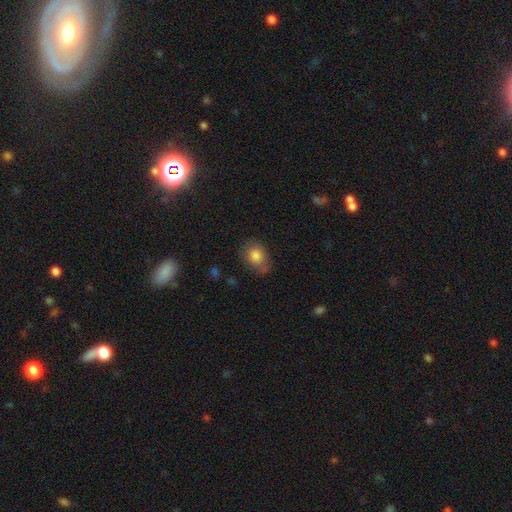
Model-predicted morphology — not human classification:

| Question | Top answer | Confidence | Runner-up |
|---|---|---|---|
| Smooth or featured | smooth | 80% | featured or disk (11%) |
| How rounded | in between | 61% | round (38%) |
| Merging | none | 66% | minor disturbance (24%) |